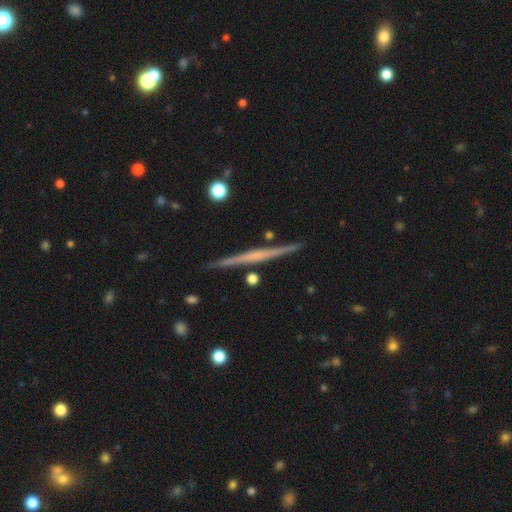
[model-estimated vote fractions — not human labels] Smooth or featured? featured or disk (68%)
Edge-on disk? yes (98%)
Edge-on bulge? none (73%)
Merging? none (90%)